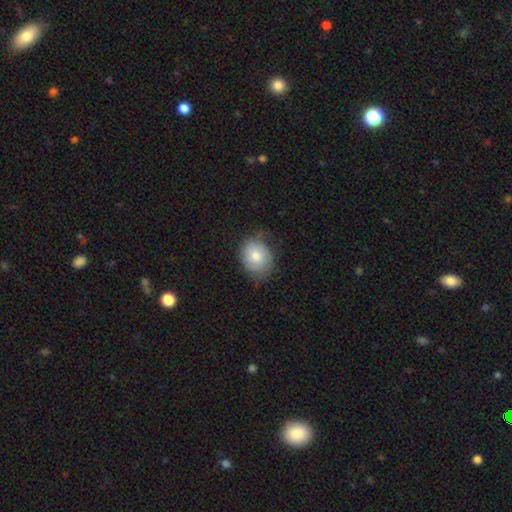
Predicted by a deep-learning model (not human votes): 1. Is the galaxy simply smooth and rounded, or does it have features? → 75% smooth, 18% featured or disk, 7% star or artifact.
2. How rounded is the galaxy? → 54% round, 45% in between, 1% cigar-shaped.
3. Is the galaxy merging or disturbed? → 60% none, 30% minor disturbance, 8% major disturbance, 1% merger.